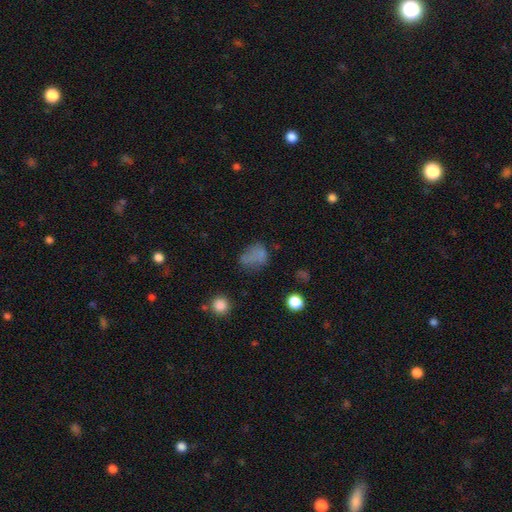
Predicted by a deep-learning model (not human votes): smooth_or_featured: smooth (p=0.67) [alt: star or artifact p=0.17]
how_rounded: in between (p=0.65) [alt: round p=0.33]
merging: none (p=0.43) [alt: minor disturbance p=0.26]